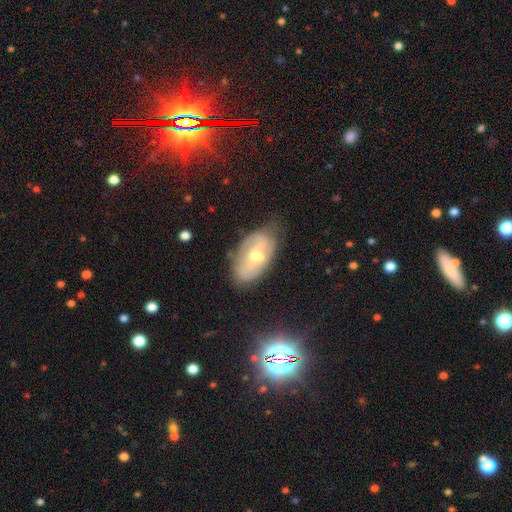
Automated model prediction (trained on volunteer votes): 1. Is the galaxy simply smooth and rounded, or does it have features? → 56% featured or disk, 35% smooth, 9% star or artifact.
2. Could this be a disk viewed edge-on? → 91% no, 9% yes.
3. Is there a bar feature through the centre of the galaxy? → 44% no, 41% weak, 15% strong.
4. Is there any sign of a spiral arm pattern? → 50% no (tied), 50% yes (tied).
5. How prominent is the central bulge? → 62% moderate, 29% small, 5% large, 2% none, 1% dominant.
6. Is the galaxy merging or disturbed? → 57% none, 28% minor disturbance, 10% major disturbance, 6% merger.